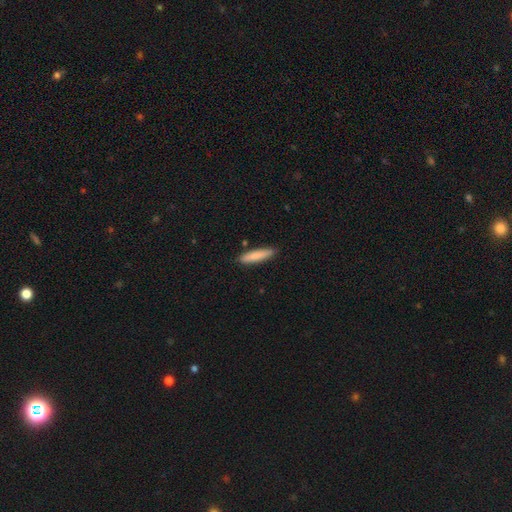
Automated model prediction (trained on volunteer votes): Overall: smooth (84%). How rounded: cigar-shaped (83%). Merging: none (88%).